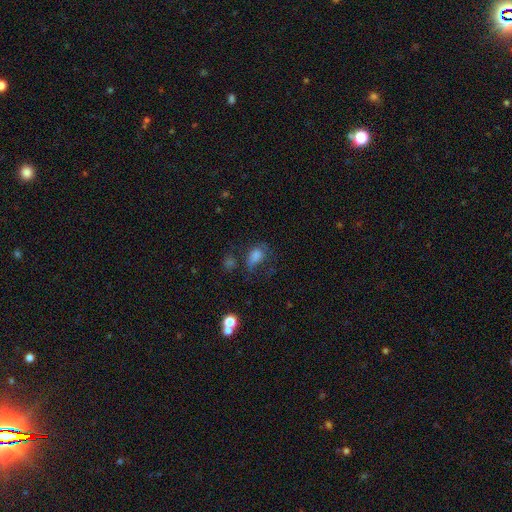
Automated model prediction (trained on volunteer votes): smooth 62%, star or artifact 20%, featured or disk 18%. Down the decision tree: how rounded — in between (74%); merging — none (43%).